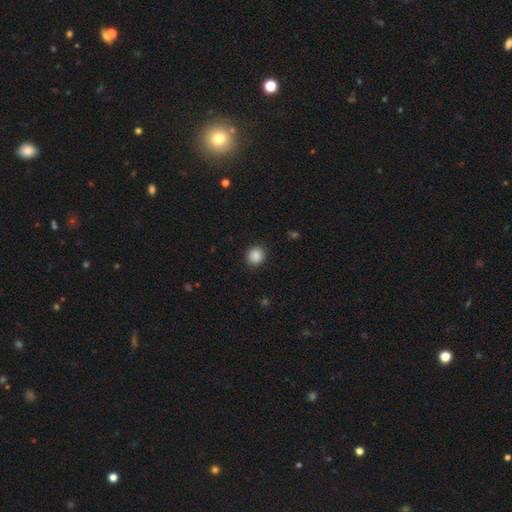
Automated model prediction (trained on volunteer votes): Smooth or featured? smooth (88%)
How rounded? round (88%)
Merging? none (91%)